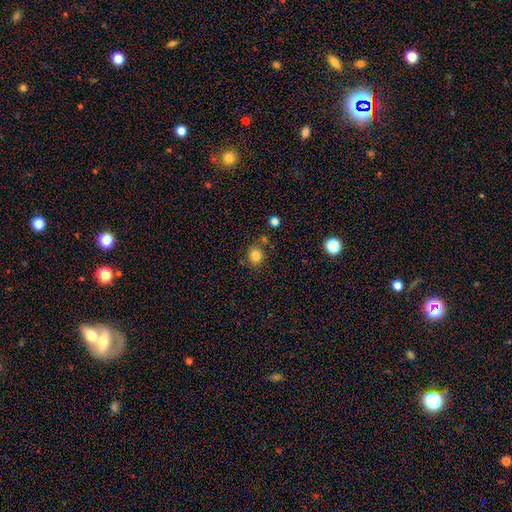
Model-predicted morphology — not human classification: This is clearly a smooth galaxy (83%). How rounded: likely round (72%). Merging: likely none (75%).